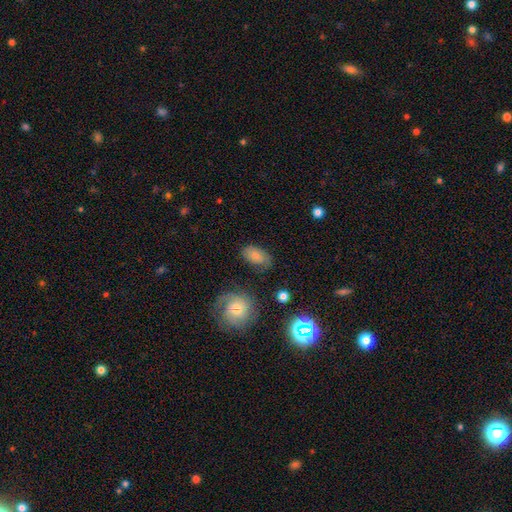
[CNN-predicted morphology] Smooth or featured: smooth — 73% (featured or disk — 17%)
How rounded: in between — 90% (round — 8%)
Merging: none — 70% (minor disturbance — 20%)